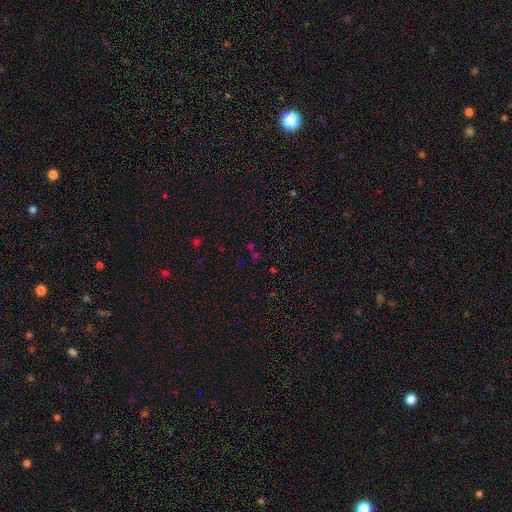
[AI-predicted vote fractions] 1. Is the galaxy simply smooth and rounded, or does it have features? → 54% star or artifact, 37% smooth, 9% featured or disk.